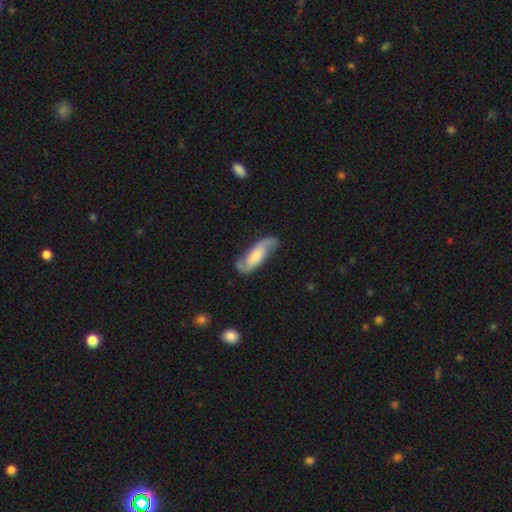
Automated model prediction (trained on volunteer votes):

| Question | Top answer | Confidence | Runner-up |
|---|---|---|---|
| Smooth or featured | featured or disk | 64% | smooth (31%) |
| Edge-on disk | no | 87% | yes (13%) |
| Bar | no | 50% | weak (35%) |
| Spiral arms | yes | 91% | no (9%) |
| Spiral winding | loose | 54% | medium (32%) |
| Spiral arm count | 2 | 88% | can't tell (6%) |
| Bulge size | moderate | 39% | small (36%) |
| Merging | none | 71% | minor disturbance (20%) |